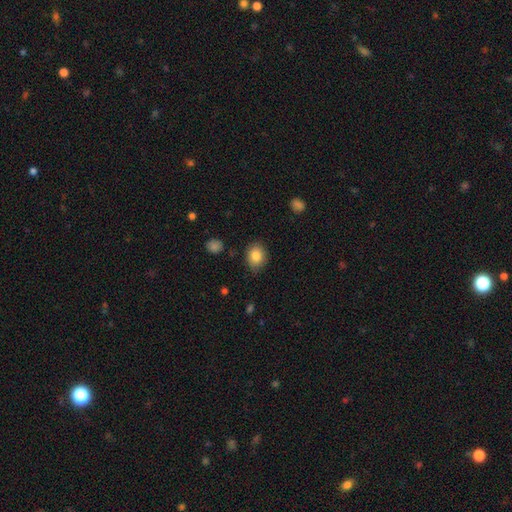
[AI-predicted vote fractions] smooth-or-featured: smooth: 85% | star or artifact: 8% | featured or disk: 7%
  how-rounded: in between: 52% | round: 47% | cigar-shaped: 1%
  merging: none: 82% | minor disturbance: 13% | major disturbance: 3% | merger: 2%